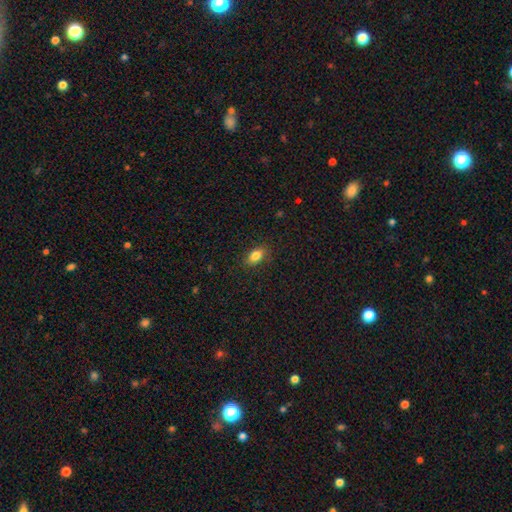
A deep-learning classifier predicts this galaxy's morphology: smooth-or-featured: smooth: 84% | star or artifact: 9% | featured or disk: 7%
  how-rounded: in between: 88% | round: 8% | cigar-shaped: 4%
  merging: none: 86% | minor disturbance: 11% | major disturbance: 3% | merger: 1%